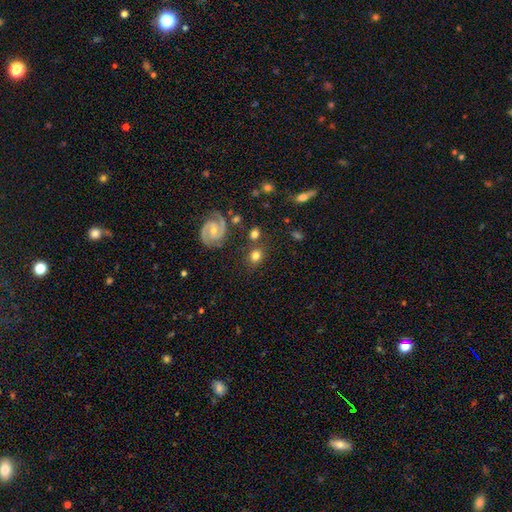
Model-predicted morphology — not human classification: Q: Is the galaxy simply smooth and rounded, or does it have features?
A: smooth — 65%.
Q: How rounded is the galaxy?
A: round — 71%.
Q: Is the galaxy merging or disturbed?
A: none — 77%.